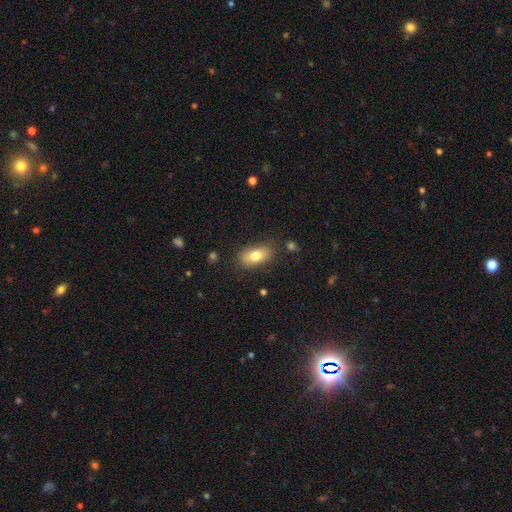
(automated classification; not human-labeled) This is likely a smooth galaxy (77%). How rounded: clearly in between (87%). Merging: likely none (79%).